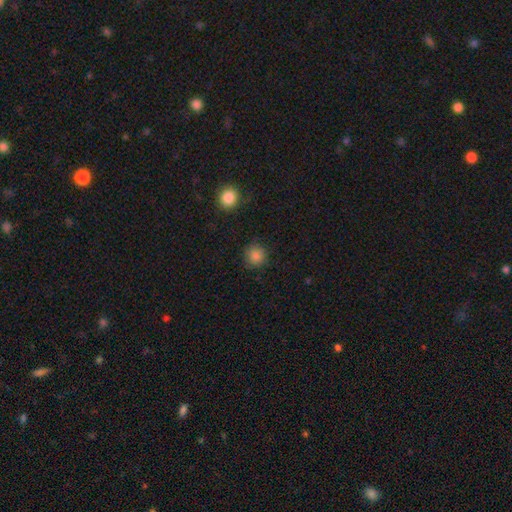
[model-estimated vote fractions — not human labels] Overall: smooth (85%). How rounded: round (92%). Merging: none (86%).